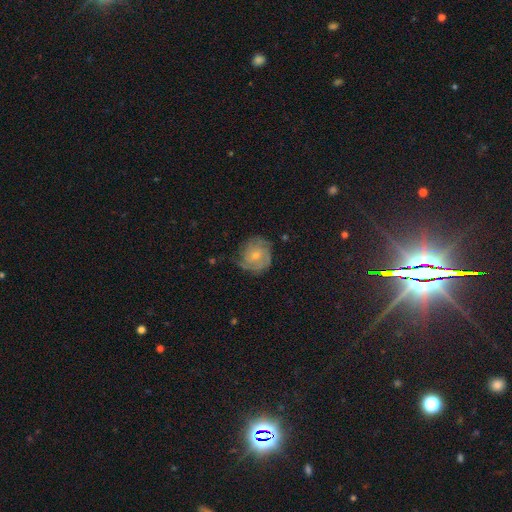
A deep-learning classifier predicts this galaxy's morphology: A featured or disk galaxy (68%) with no bar (76%), tight (59%) spiral arms (89%) and a small central bulge (58%).

Vote fractions:
- Smooth or featured? featured or disk: 68% / smooth: 25% / star or artifact: 7%
- Edge-on disk? no: 97% / yes: 3%
- Bar? no: 76% / weak: 21% / strong: 3%
- Spiral arms? yes: 89% / no: 11%
- Spiral winding? tight: 59% / medium: 30% / loose: 11%
- Spiral arm count? can't tell: 35% / 2: 24% / 3: 22% / 4: 8% / 1: 7% / more than 4: 5%
- Bulge size? small: 58% / moderate: 38% / none: 2% / large: 1% / dominant: 1%
- Merging? none: 63% / minor disturbance: 25% / major disturbance: 10% / merger: 2%